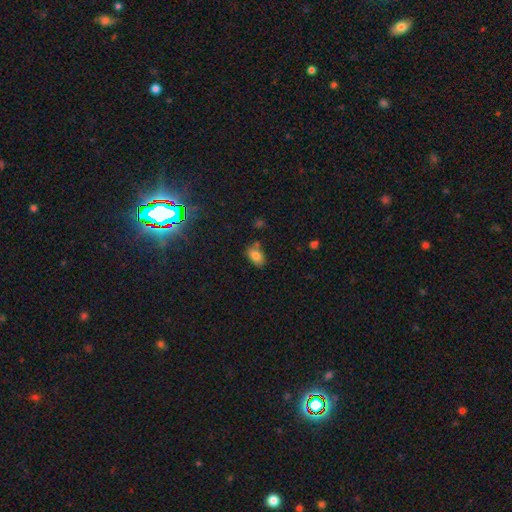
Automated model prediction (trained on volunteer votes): Smooth or featured? smooth (79%)
How rounded? in between (86%)
Merging? none (66%)